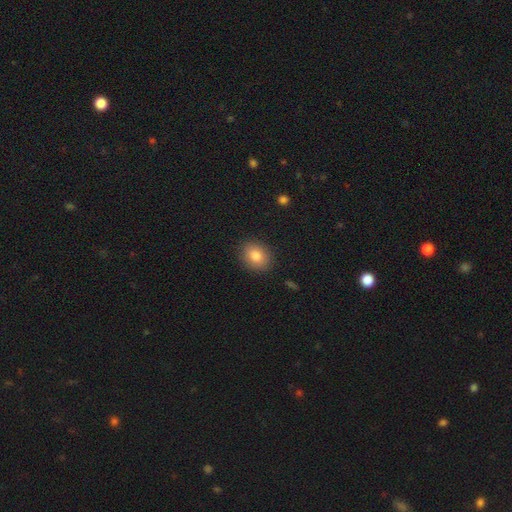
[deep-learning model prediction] Morphology: type=smooth (82%); roundness=round (53%); merging=none (88%).